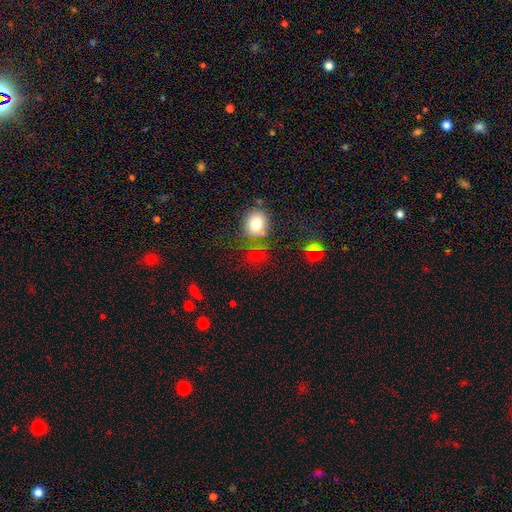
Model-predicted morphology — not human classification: Overall: smooth (59%; star or artifact 30%). How rounded: round (69%). Merging: none (69%).